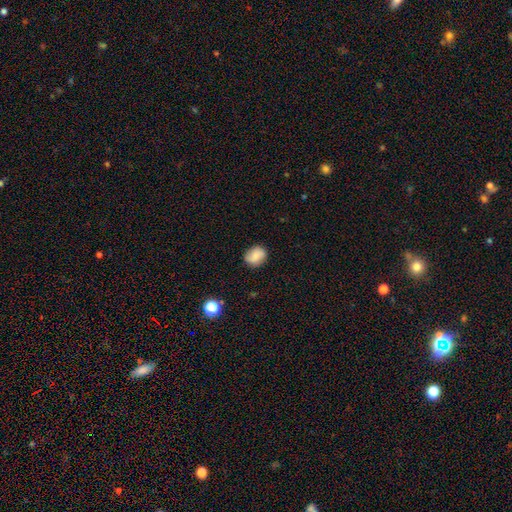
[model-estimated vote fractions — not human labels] Morphology: type=smooth (71%); roundness=round (59%); merging=none (80%).